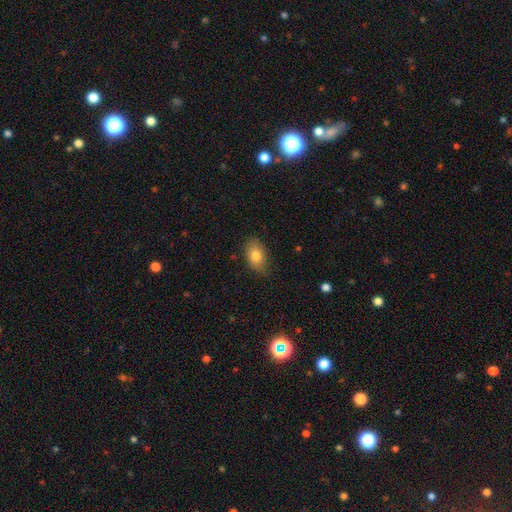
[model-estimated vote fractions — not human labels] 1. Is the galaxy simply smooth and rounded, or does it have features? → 81% smooth, 12% featured or disk, 8% star or artifact.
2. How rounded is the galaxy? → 89% in between, 9% round, 2% cigar-shaped.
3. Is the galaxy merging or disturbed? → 81% none, 15% minor disturbance, 3% major disturbance, 1% merger.